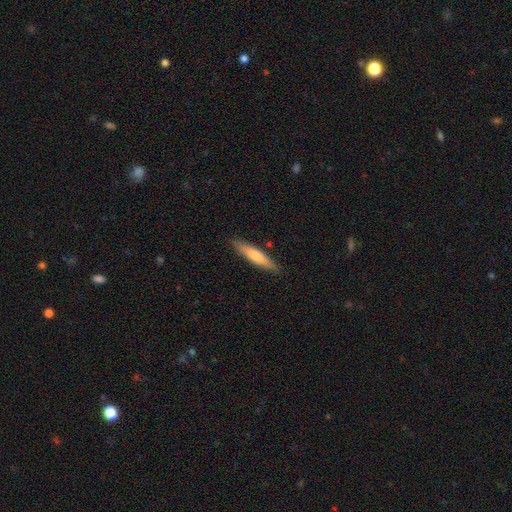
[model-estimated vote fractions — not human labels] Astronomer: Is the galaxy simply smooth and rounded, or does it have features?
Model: smooth — 73%.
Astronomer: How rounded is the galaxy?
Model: cigar-shaped — 85%.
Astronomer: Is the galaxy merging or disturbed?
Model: none — 87%.